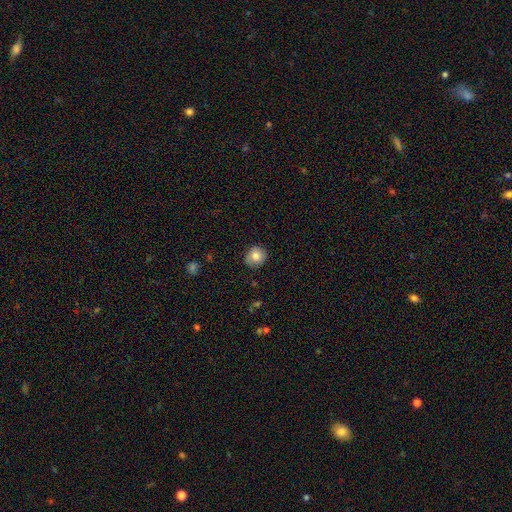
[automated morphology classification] smooth_or_featured: smooth (p=0.79) [alt: featured or disk p=0.12]
how_rounded: round (p=0.84) [alt: in between p=0.15]
merging: none (p=0.82) [alt: minor disturbance p=0.14]